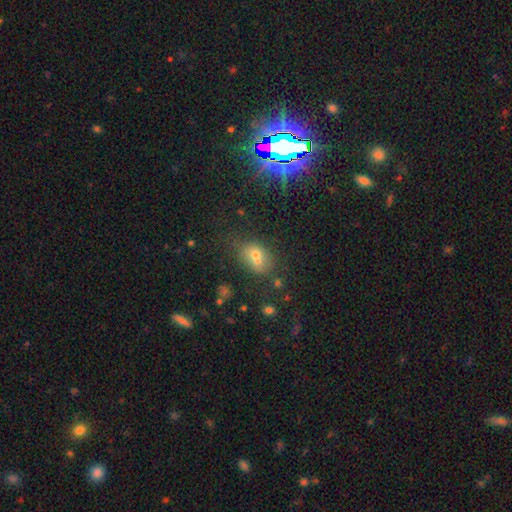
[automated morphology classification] This is likely a smooth galaxy (63%). How rounded: likely in between (62%). Merging: marginally none (42%).